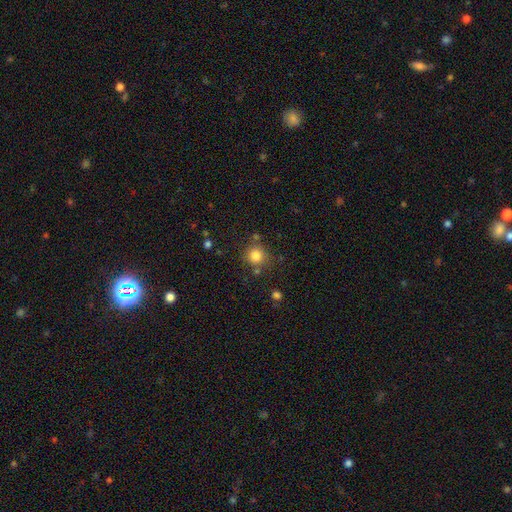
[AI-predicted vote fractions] A smooth galaxy with no disk features (83%) that is round (91%).

Vote fractions:
- Smooth or featured? smooth: 83% / star or artifact: 12% / featured or disk: 6%
- How rounded? round: 91% / in between: 8% / cigar-shaped: 1%
- Merging? none: 77% / minor disturbance: 11% / merger: 8% / major disturbance: 4%